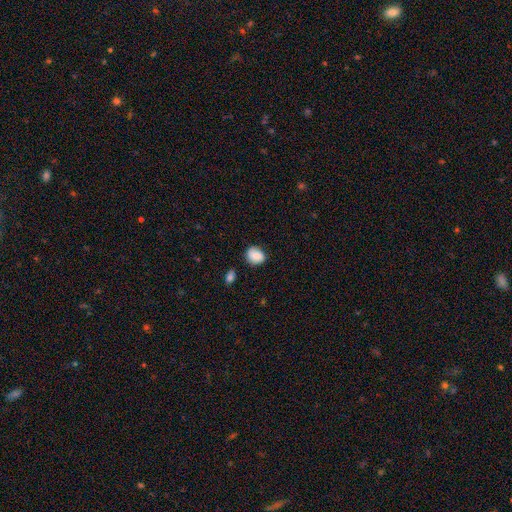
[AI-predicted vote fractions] Smooth or featured?
  - smooth: 82% *
  - featured or disk: 10%
  - star or artifact: 8%
How rounded?
  - round: 62% *
  - in between: 37%
  - cigar-shaped: 1%
Merging?
  - none: 74% *
  - minor disturbance: 20%
  - major disturbance: 4%
  - merger: 3%